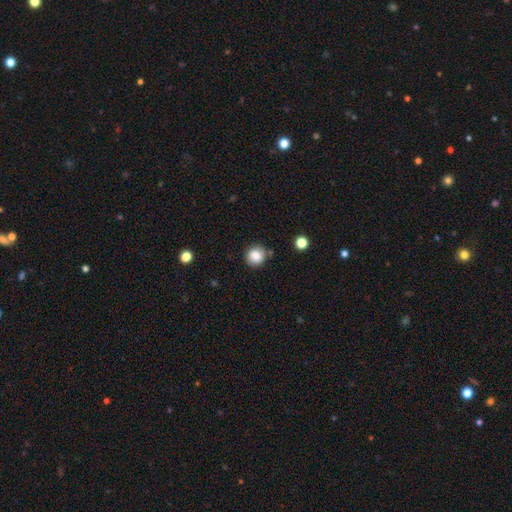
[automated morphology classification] smooth_or_featured: smooth (p=0.85) [alt: star or artifact p=0.10]
how_rounded: round (p=0.90) [alt: in between p=0.10]
merging: none (p=0.80) [alt: minor disturbance p=0.13]